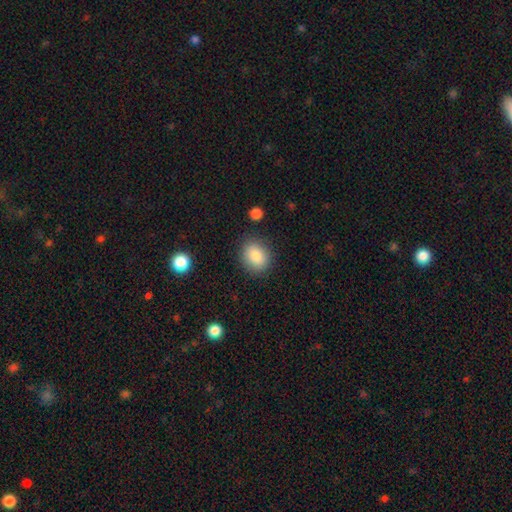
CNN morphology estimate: Smooth or featured: smooth — 86% (star or artifact — 8%)
How rounded: round — 53% (in between — 46%)
Merging: none — 84% (minor disturbance — 11%)